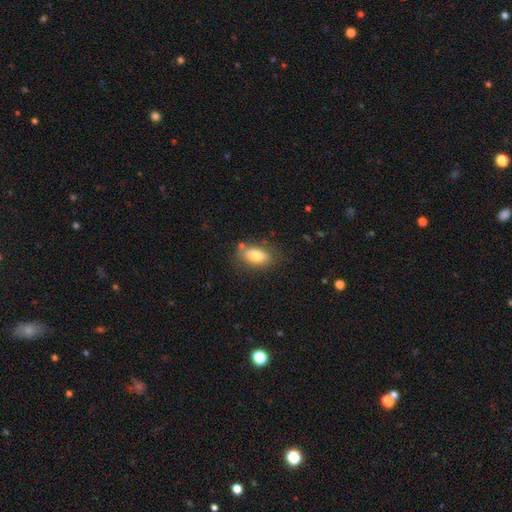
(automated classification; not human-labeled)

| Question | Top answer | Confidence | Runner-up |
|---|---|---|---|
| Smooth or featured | smooth | 78% | featured or disk (14%) |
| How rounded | in between | 88% | round (6%) |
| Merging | none | 75% | minor disturbance (15%) |